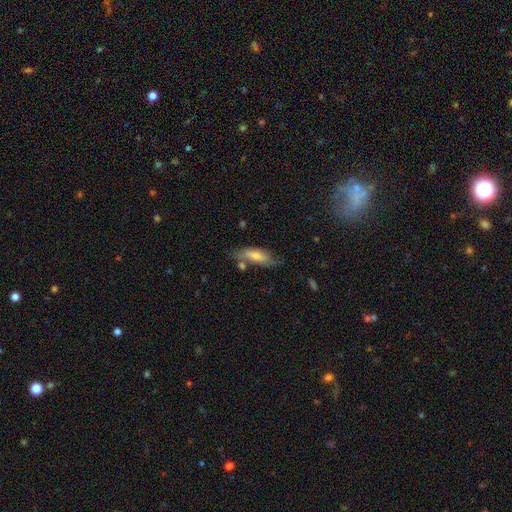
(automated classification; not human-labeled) The model was most divided on "smooth or featured": smooth: 52%, featured or disk: 40%, star or artifact: 8%. More confident: merging — none (60%); how rounded — in between (56%).